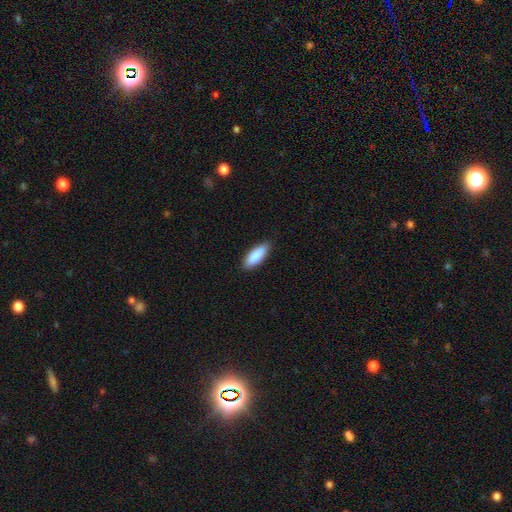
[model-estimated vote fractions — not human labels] Morphology: type=smooth (86%); roundness=in between (69%); merging=none (85%).